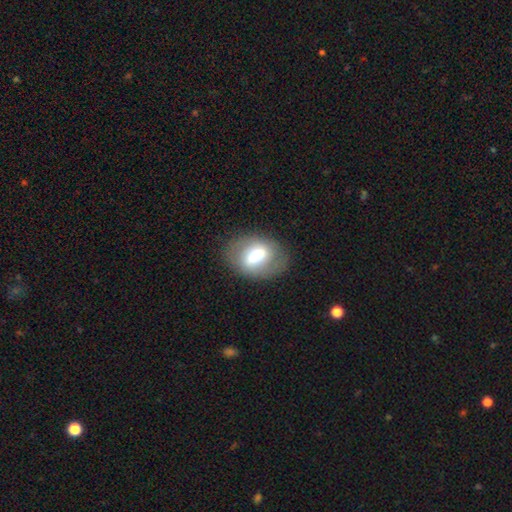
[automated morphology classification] A smooth galaxy with no disk features (53%) that is in between round and cigar-shaped (75%). Merging: none (79%).